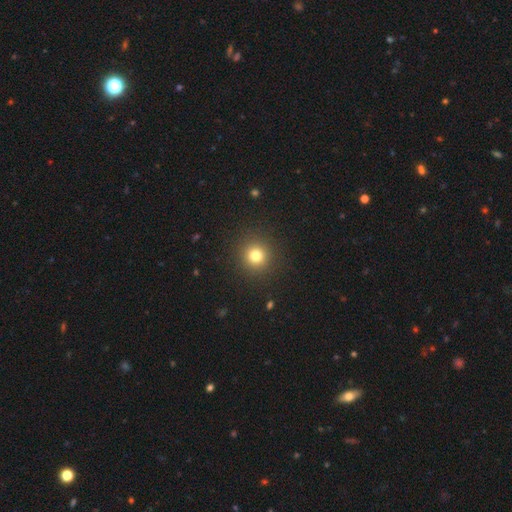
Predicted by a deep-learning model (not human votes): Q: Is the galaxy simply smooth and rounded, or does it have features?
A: smooth — 79%.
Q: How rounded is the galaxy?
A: round — 94%.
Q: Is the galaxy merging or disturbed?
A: none — 91%.